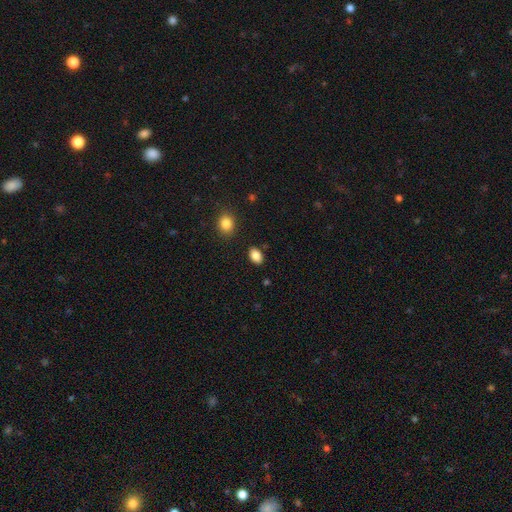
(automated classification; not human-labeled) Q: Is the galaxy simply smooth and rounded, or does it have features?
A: smooth — 85%.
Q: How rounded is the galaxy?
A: in between — 85%.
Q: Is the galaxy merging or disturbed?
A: none — 87%.